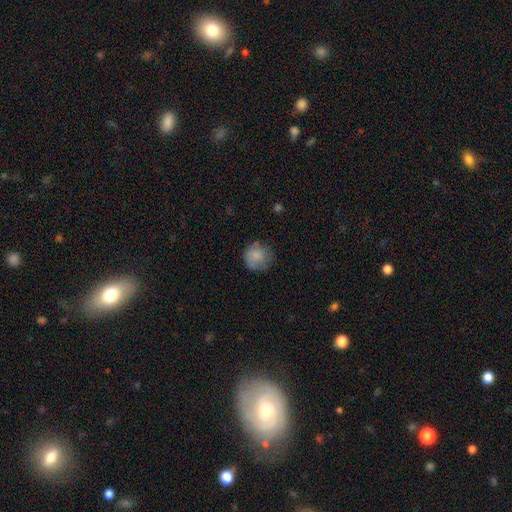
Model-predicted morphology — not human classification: Smooth or featured: smooth — 81% (featured or disk — 11%)
How rounded: round — 90% (in between — 9%)
Merging: none — 69% (minor disturbance — 22%)